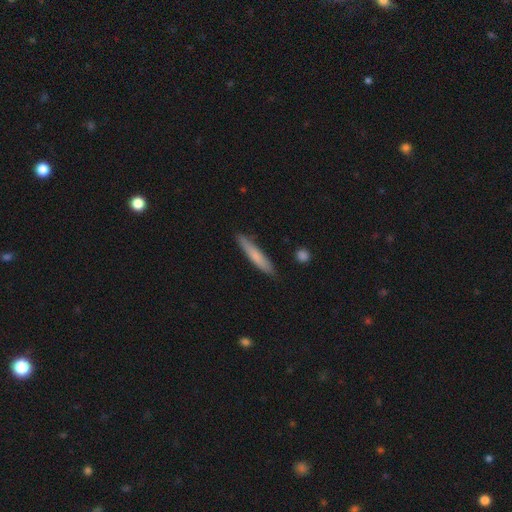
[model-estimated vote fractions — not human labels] Smooth or featured? smooth (70%)
How rounded? cigar-shaped (93%)
Merging? none (85%)